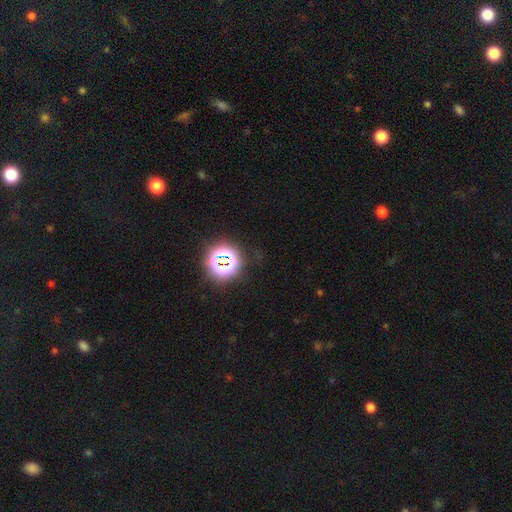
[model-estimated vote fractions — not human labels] Smooth or featured: star or artifact — 76% (smooth — 15%)